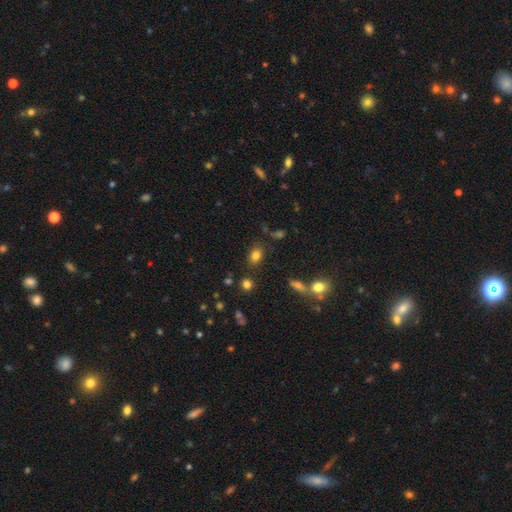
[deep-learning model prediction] Smooth or featured? smooth (80%)
How rounded? in between (71%)
Merging? none (79%)